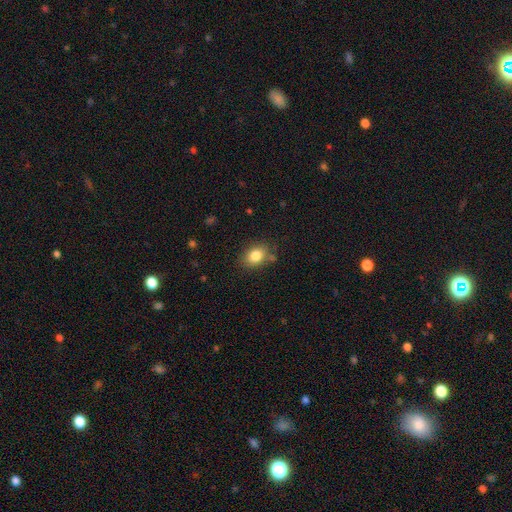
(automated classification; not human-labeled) Smooth or featured? Predicted: smooth (p=0.82). How rounded? Predicted: in between (p=0.64). Merging? Predicted: none (p=0.79).